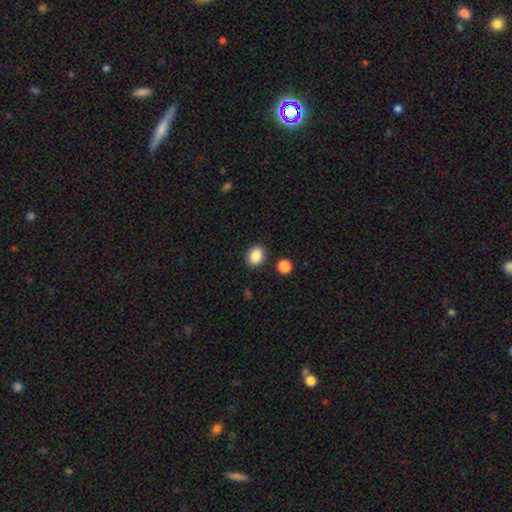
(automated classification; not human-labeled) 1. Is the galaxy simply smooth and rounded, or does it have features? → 87% smooth, 9% star or artifact, 4% featured or disk.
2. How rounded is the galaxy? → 63% in between, 35% round, 1% cigar-shaped.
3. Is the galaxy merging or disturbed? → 86% none, 8% minor disturbance, 3% merger, 2% major disturbance.